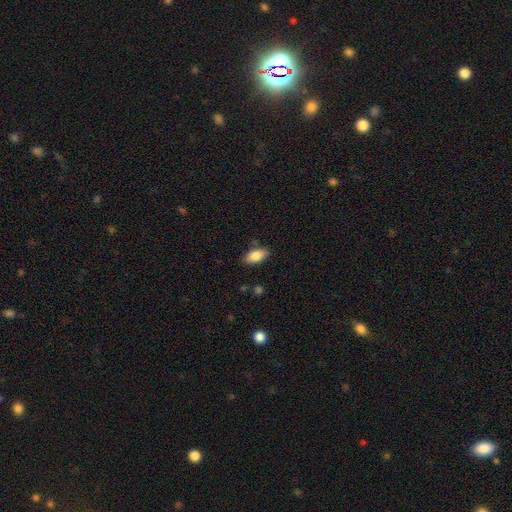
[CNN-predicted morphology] Smooth or featured: smooth — 81% (featured or disk — 12%)
How rounded: in between — 90% (cigar-shaped — 7%)
Merging: none — 82% (minor disturbance — 13%)